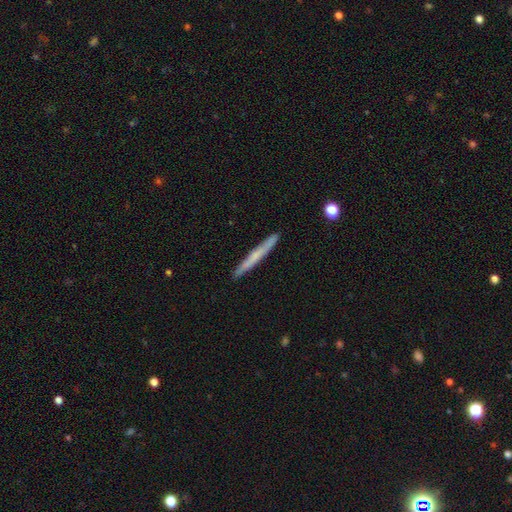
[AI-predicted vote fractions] A smooth galaxy with no disk features (51%) that is cigar-shaped (97%).

Vote fractions:
- Smooth or featured? smooth: 51% / featured or disk: 43% / star or artifact: 6%
- How rounded? cigar-shaped: 97% / in between: 2% / round: 1%
- Merging? none: 90% / minor disturbance: 7% / major disturbance: 1% / merger: 1%